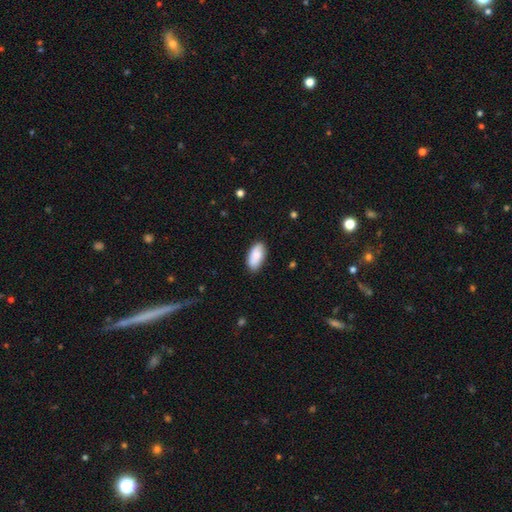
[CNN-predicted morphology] A smooth galaxy with no disk features (85%) that is in between round and cigar-shaped (94%).

Vote fractions:
- Smooth or featured? smooth: 85% / featured or disk: 9% / star or artifact: 6%
- How rounded? in between: 94% / cigar-shaped: 4% / round: 2%
- Merging? none: 82% / minor disturbance: 14% / major disturbance: 2% / merger: 1%